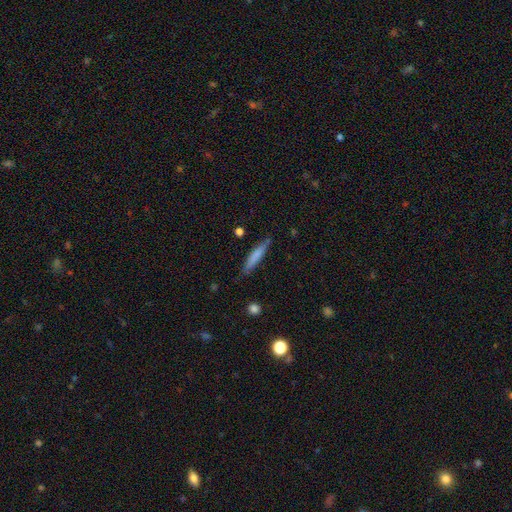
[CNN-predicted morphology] Overall: smooth (72%). How rounded: cigar-shaped (90%). Merging: none (81%).